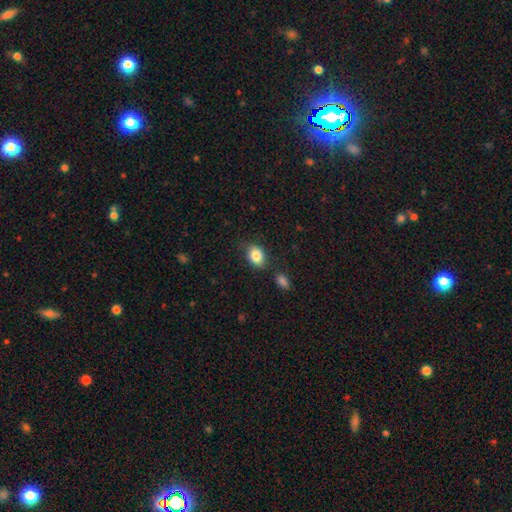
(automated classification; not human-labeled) Q: Smooth or featured?
A: smooth (84%); runner-up: star or artifact (8%)
Q: How rounded?
A: in between (71%); runner-up: round (28%)
Q: Merging?
A: none (76%); runner-up: minor disturbance (15%)